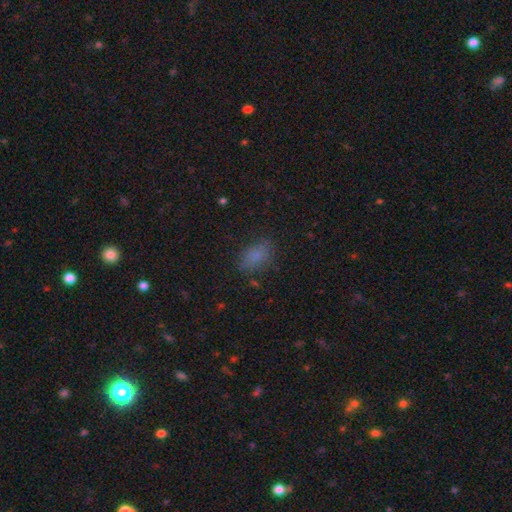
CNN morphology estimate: Q: Smooth or featured?
A: smooth (79%); runner-up: star or artifact (13%)
Q: How rounded?
A: in between (87%); runner-up: round (9%)
Q: Merging?
A: none (78%); runner-up: minor disturbance (15%)